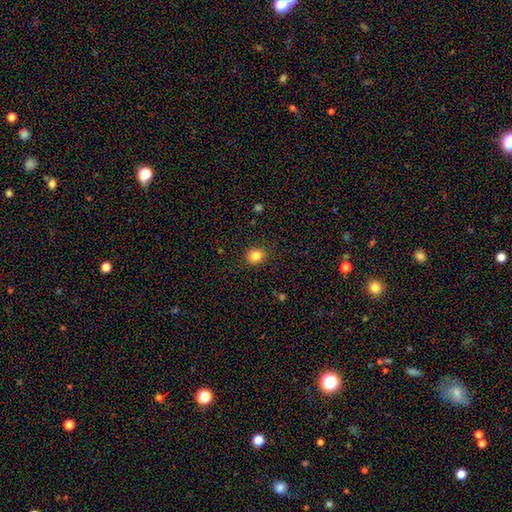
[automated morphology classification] Smooth or featured?
  - smooth: 84% *
  - star or artifact: 11%
  - featured or disk: 5%
How rounded?
  - round: 78% *
  - in between: 21%
  - cigar-shaped: 1%
Merging?
  - none: 87% *
  - minor disturbance: 9%
  - major disturbance: 3%
  - merger: 1%